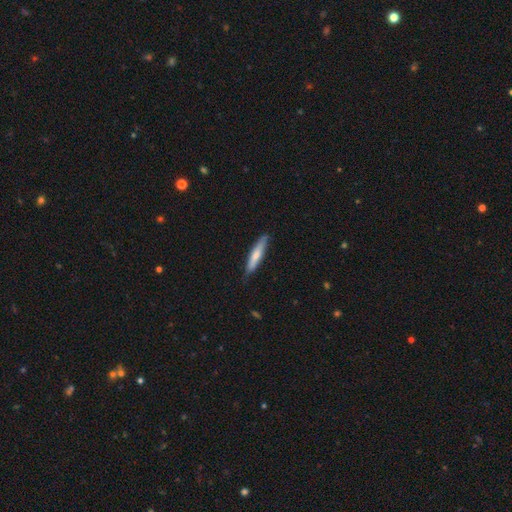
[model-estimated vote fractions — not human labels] The model was most divided on "smooth or featured": smooth: 66%, featured or disk: 29%, star or artifact: 5%. More confident: how rounded — cigar-shaped (88%); merging — none (82%).